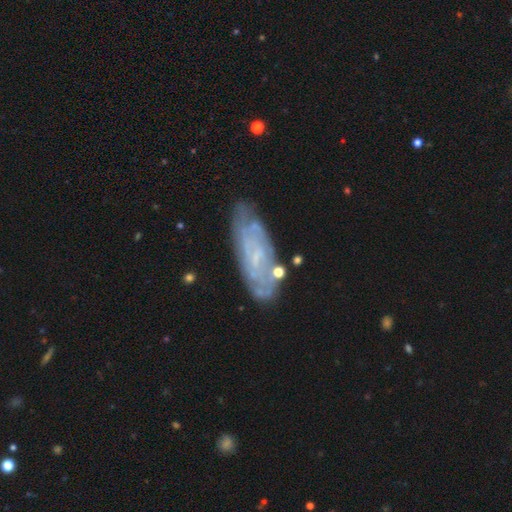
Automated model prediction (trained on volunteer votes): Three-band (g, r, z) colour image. It shows a featured or disk galaxy (68%) with no bar (58%), spiral arms (74%) and a small central bulge (59%). Merging: none (72%).